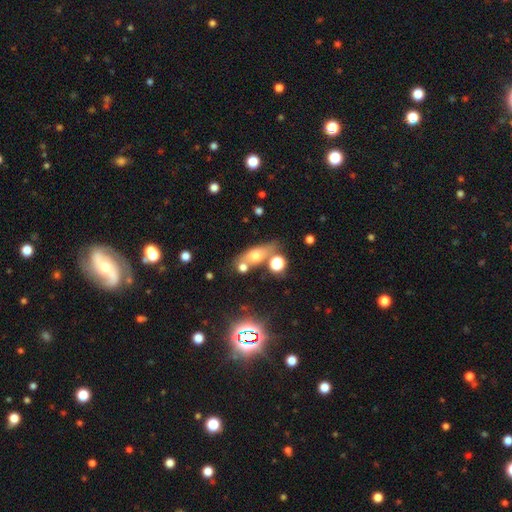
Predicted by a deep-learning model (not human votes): Overall: smooth (56%; featured or disk 28%). How rounded: in between (57%; cigar-shaped 26%). Merging: none (60%).